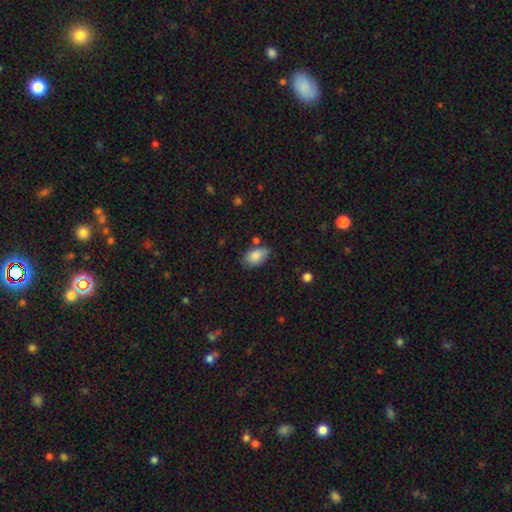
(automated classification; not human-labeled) Q: Smooth or featured?
A: smooth (86%); runner-up: star or artifact (7%)
Q: How rounded?
A: in between (91%); runner-up: round (7%)
Q: Merging?
A: none (68%); runner-up: minor disturbance (22%)